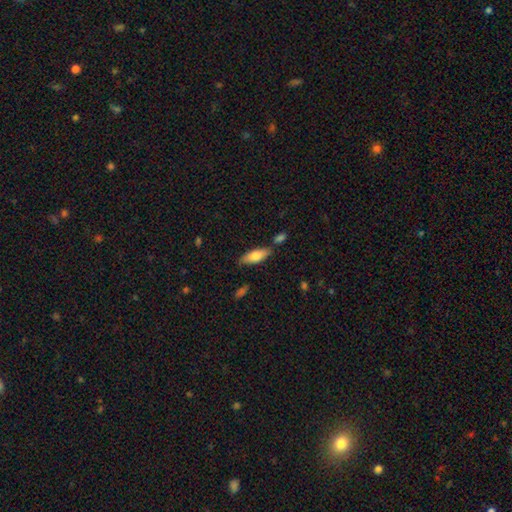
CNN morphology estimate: The model was most divided on "how rounded": in between: 68%, cigar-shaped: 30%, round: 2%. More confident: smooth or featured — smooth (75%); merging — none (73%).